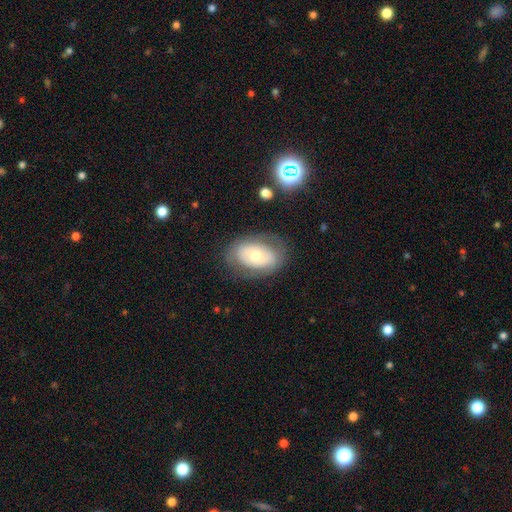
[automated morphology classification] smooth 52%, featured or disk 41%, star or artifact 7%. Down the decision tree: how rounded — in between (83%); merging — none (76%).